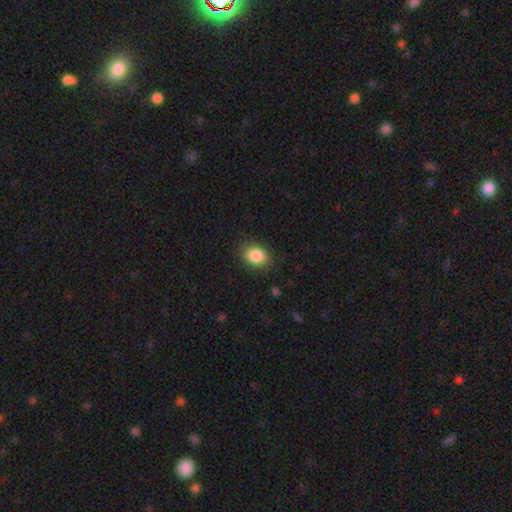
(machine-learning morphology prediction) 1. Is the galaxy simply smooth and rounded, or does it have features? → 86% smooth, 8% star or artifact, 5% featured or disk.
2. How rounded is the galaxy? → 62% in between, 37% round, 1% cigar-shaped.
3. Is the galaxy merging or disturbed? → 83% none, 13% minor disturbance, 3% major disturbance, 1% merger.